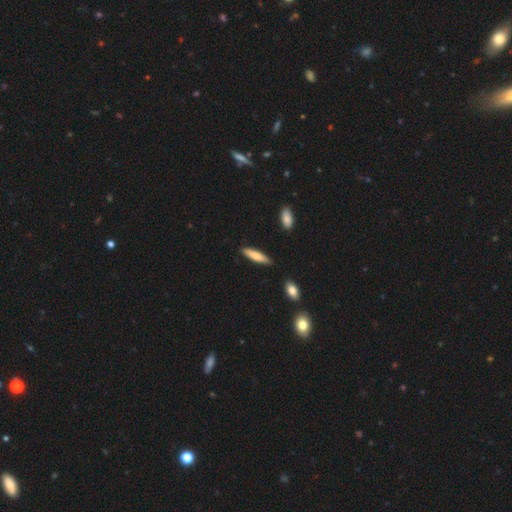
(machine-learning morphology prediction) A smooth galaxy with no disk features (73%) that is cigar-shaped (77%).

Vote fractions:
- Smooth or featured? smooth: 73% / featured or disk: 21% / star or artifact: 6%
- How rounded? cigar-shaped: 77% / in between: 21% / round: 2%
- Merging? none: 86% / minor disturbance: 10% / merger: 2% / major disturbance: 2%